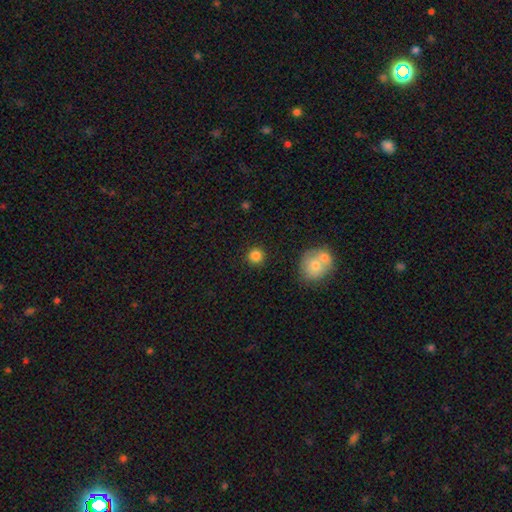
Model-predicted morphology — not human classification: type=smooth (84%); roundness=round (93%); merging=none (87%).